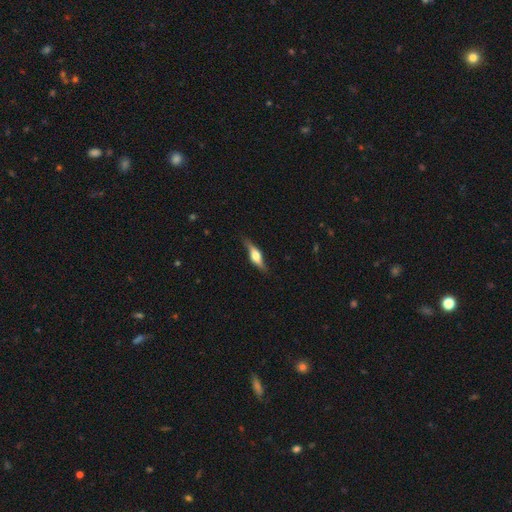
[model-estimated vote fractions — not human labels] A featured or disk galaxy (66%) viewed edge-on (87%) with a rounded central bulge (91%). Merging: none (78%).